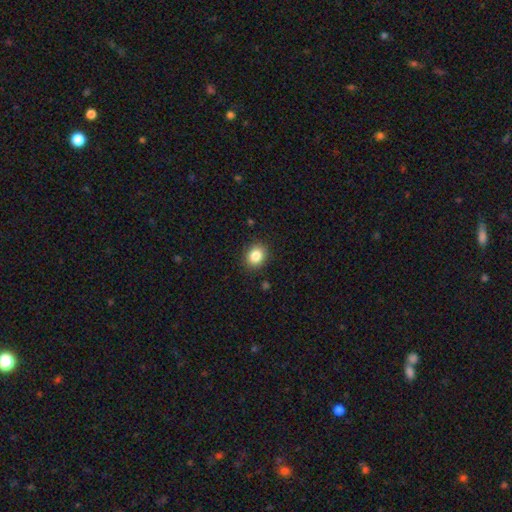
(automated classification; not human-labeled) Overall: smooth (85%). How rounded: round (63%; in between 36%). Merging: none (88%).